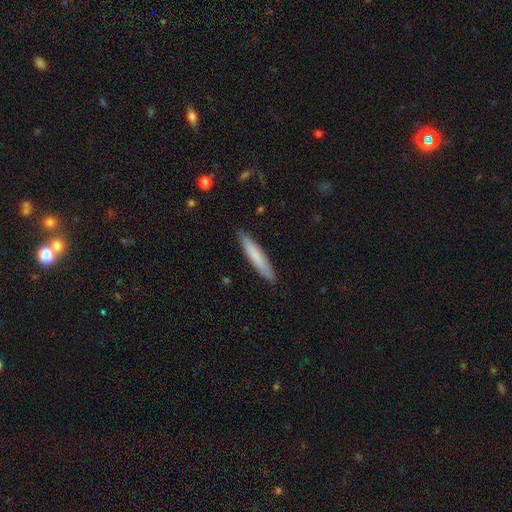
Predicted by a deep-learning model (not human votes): This is likely a smooth galaxy (77%). How rounded: clearly cigar-shaped (91%). Merging: clearly none (89%).